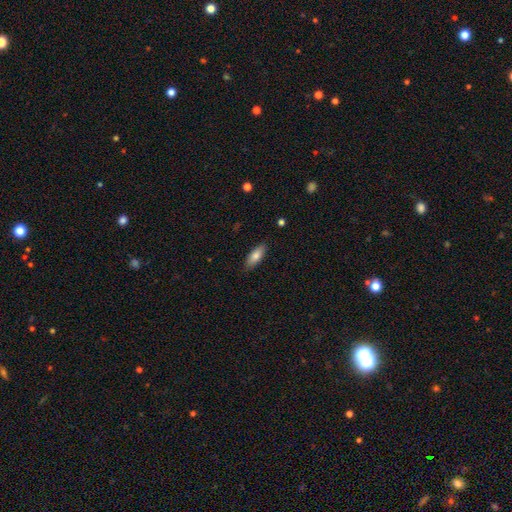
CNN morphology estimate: Q: Smooth or featured?
A: smooth (80%); runner-up: featured or disk (14%)
Q: How rounded?
A: in between (71%); runner-up: cigar-shaped (26%)
Q: Merging?
A: none (87%); runner-up: minor disturbance (10%)